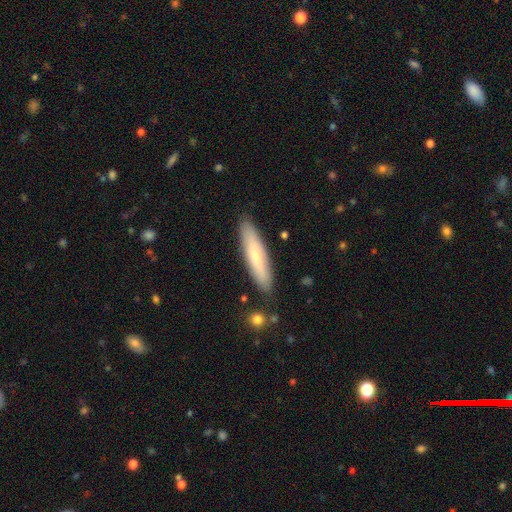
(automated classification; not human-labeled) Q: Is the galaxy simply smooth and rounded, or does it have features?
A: smooth — 65%.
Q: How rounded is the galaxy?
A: cigar-shaped — 80%.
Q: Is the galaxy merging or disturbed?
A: none — 87%.